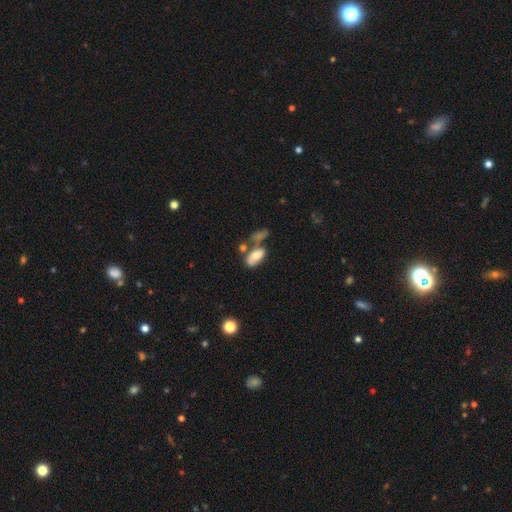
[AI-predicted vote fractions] This is likely a smooth galaxy (67%). How rounded: clearly in between (88%). Merging: marginally none (35%).